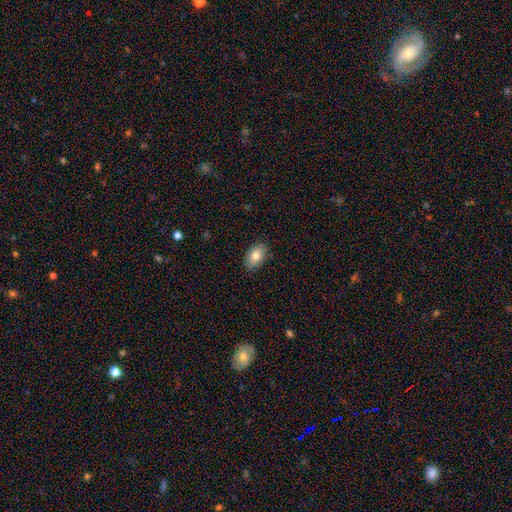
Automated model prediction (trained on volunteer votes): Smooth or featured: smooth — 79% (featured or disk — 14%)
How rounded: in between — 90% (round — 8%)
Merging: none — 85% (minor disturbance — 11%)